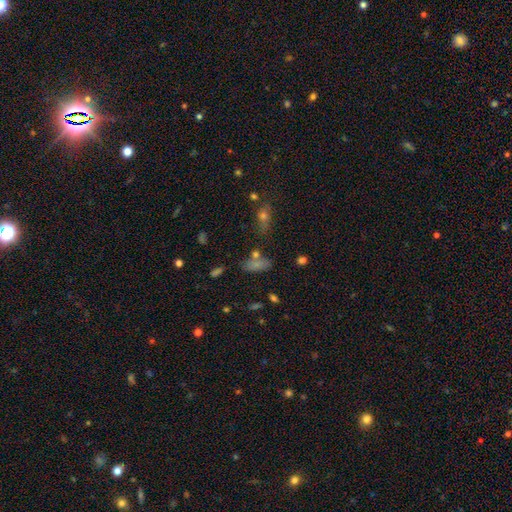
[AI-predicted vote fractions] smooth_or_featured: smooth (p=0.57) [alt: star or artifact p=0.27]
how_rounded: in between (p=0.67) [alt: cigar-shaped p=0.21]
merging: none (p=0.60) [alt: minor disturbance p=0.16]